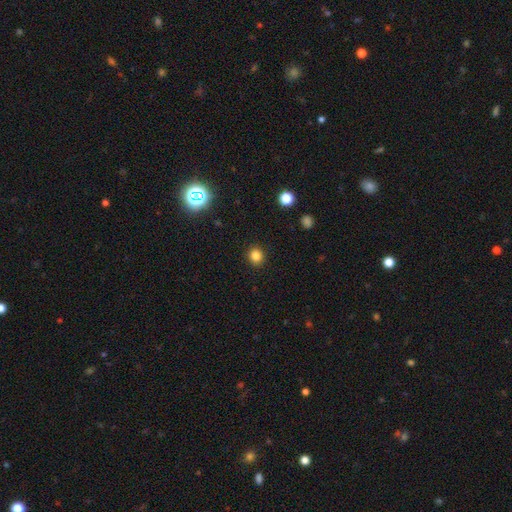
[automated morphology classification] The model was most divided on "smooth or featured": smooth: 82%, star or artifact: 13%, featured or disk: 4%. More confident: merging — none (92%); how rounded — round (85%).